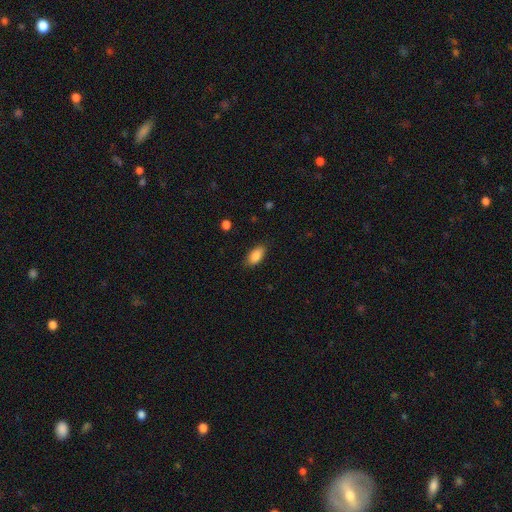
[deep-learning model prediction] A smooth galaxy with no disk features (88%) that is in between round and cigar-shaped (91%).

Vote fractions:
- Smooth or featured? smooth: 88% / star or artifact: 7% / featured or disk: 5%
- How rounded? in between: 91% / cigar-shaped: 5% / round: 4%
- Merging? none: 85% / minor disturbance: 11% / major disturbance: 3% / merger: 1%